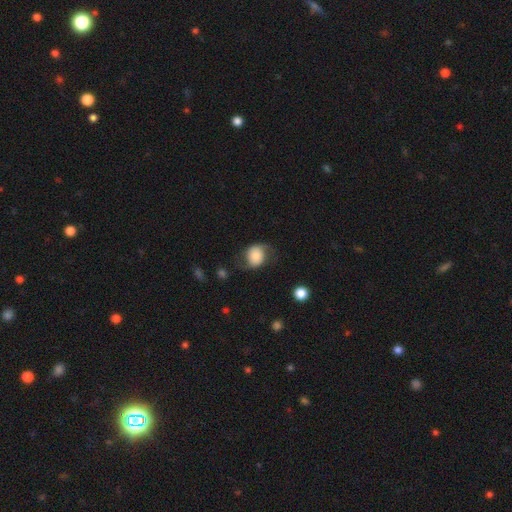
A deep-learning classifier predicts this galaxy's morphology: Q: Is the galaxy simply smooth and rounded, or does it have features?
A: smooth — 56%.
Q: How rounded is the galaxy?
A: round — 64%.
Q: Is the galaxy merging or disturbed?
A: none — 58%.